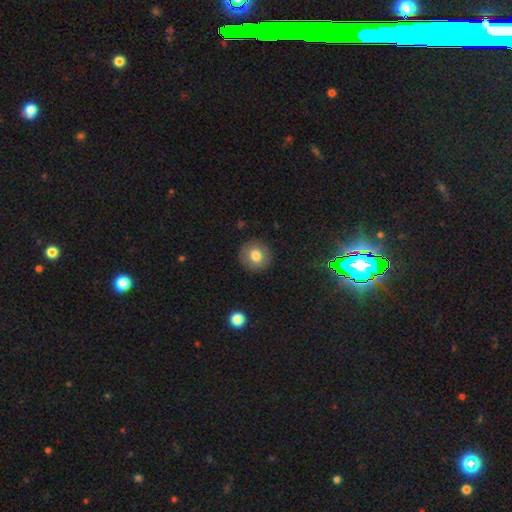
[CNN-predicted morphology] This appears to be a smooth galaxy with no disk features (79%) that is round (93%). Merging: none (90%).